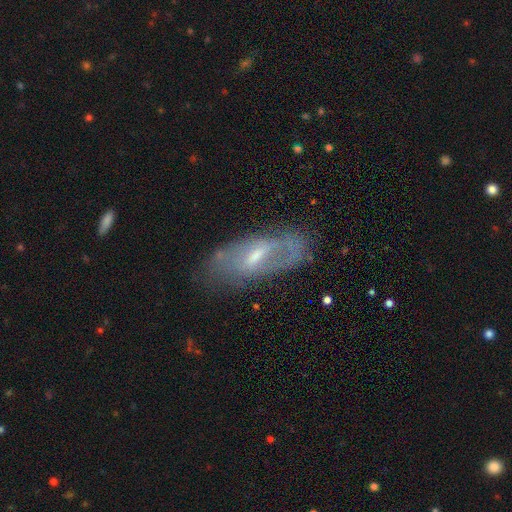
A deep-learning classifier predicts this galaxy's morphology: The model was most divided on "bulge size": small: 49%, moderate: 42%, none: 4%, large: 3%, dominant: 1%. Remaining: edge-on disk — no (84%); smooth or featured — featured or disk (68%); merging — none (67%); spiral arms — yes (62%); bar — weak (50%).